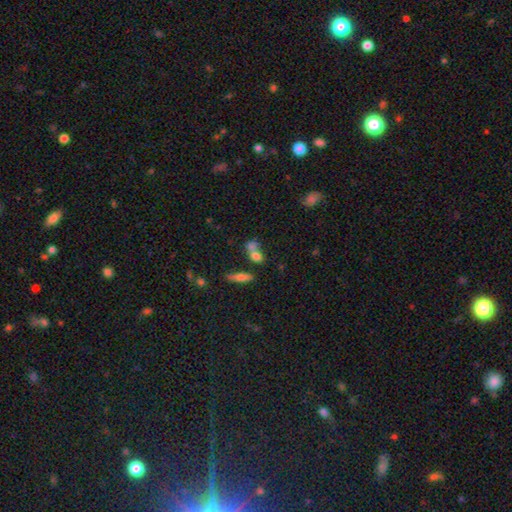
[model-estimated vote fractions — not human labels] Smooth or featured?
  - smooth: 70% *
  - featured or disk: 17%
  - star or artifact: 13%
How rounded?
  - in between: 54% *
  - round: 37%
  - cigar-shaped: 10%
Merging?
  - merger: 51% *
  - none: 35%
  - minor disturbance: 9%
  - major disturbance: 5%